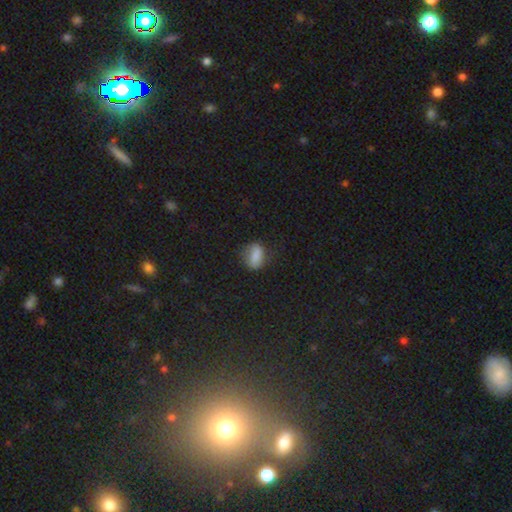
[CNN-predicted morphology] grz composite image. It shows a smooth galaxy with no disk features (77%) that is in between round and cigar-shaped (72%). Merging: none (68%).